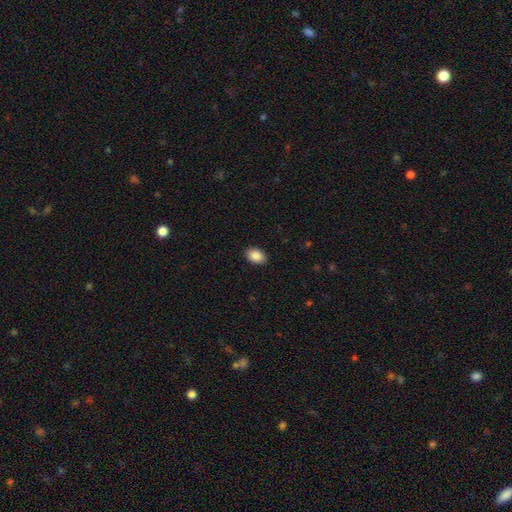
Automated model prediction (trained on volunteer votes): Q: Smooth or featured?
A: smooth (88%); runner-up: star or artifact (7%)
Q: How rounded?
A: in between (84%); runner-up: round (15%)
Q: Merging?
A: none (89%); runner-up: minor disturbance (8%)